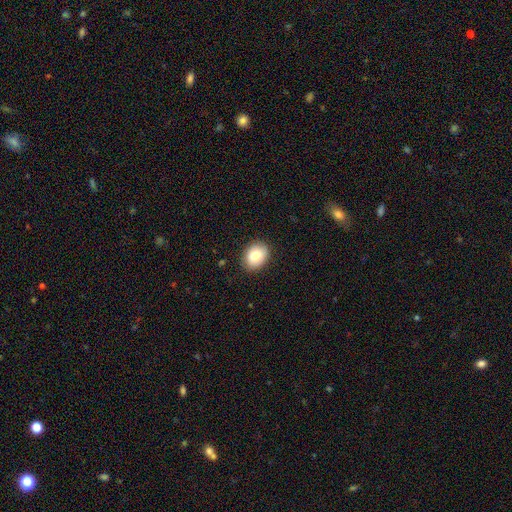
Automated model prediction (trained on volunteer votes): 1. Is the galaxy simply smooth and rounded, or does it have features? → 82% smooth, 10% featured or disk, 8% star or artifact.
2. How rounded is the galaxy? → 57% in between, 42% round, 1% cigar-shaped.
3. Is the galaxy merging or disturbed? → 86% none, 10% minor disturbance, 2% major disturbance, 1% merger.